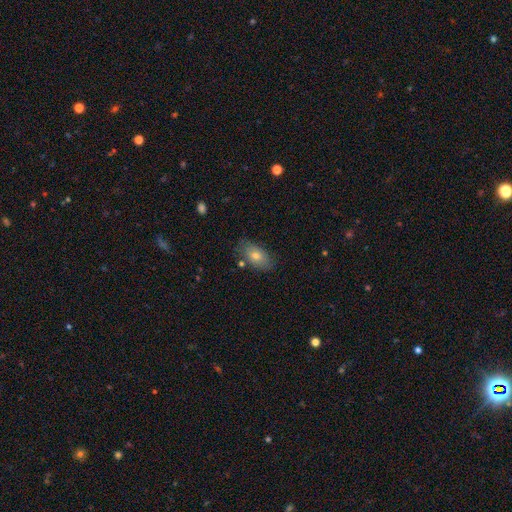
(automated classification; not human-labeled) Morphology: type=smooth (69%); roundness=in between (90%); merging=none (78%).